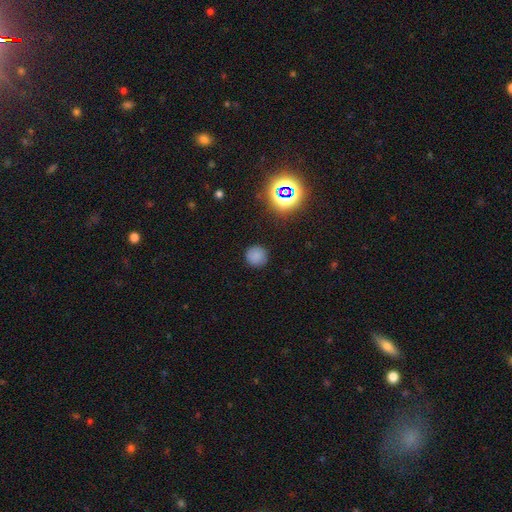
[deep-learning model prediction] Smooth or featured?
  - smooth: 79% *
  - star or artifact: 16%
  - featured or disk: 5%
How rounded?
  - round: 94% *
  - in between: 5%
  - cigar-shaped: 1%
Merging?
  - none: 89% *
  - minor disturbance: 7%
  - major disturbance: 2%
  - merger: 1%